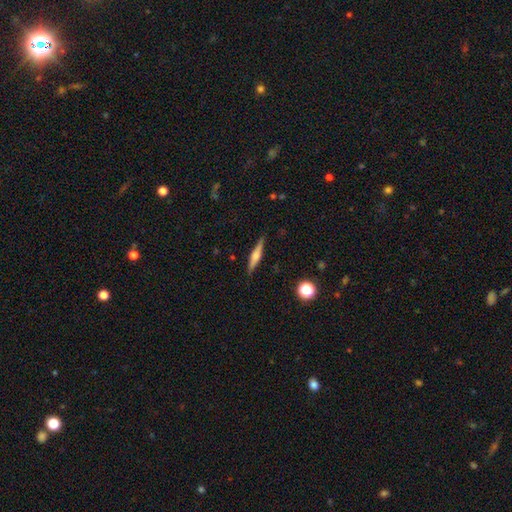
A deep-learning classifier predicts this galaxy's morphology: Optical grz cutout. It shows a featured or disk galaxy (52%) viewed edge-on (97%). Merging: none (89%).